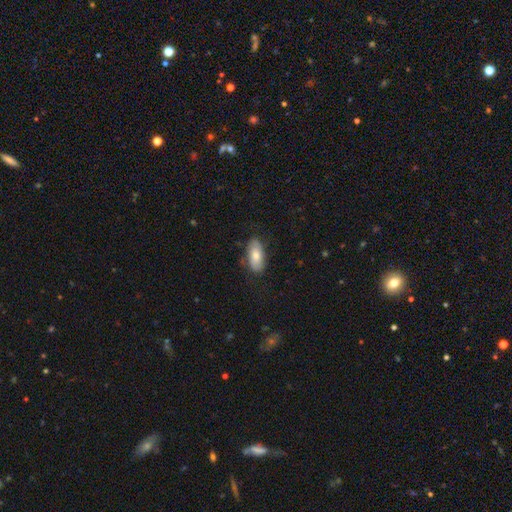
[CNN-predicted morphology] A smooth galaxy with no disk features (70%) that is in between round and cigar-shaped (90%).

Vote fractions:
- Smooth or featured? smooth: 70% / featured or disk: 24% / star or artifact: 6%
- How rounded? in between: 90% / cigar-shaped: 6% / round: 3%
- Merging? none: 77% / minor disturbance: 18% / major disturbance: 4% / merger: 1%